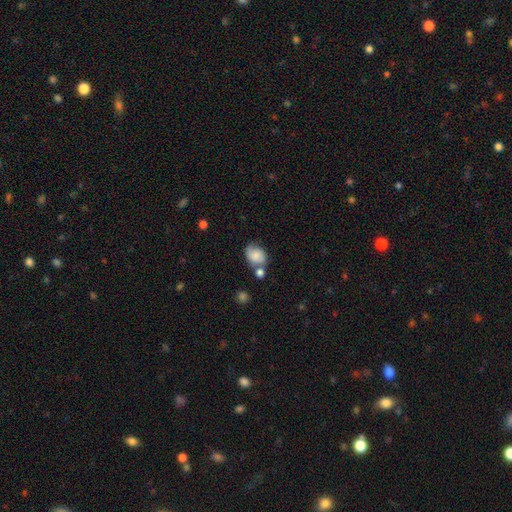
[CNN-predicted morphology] A smooth galaxy with no disk features (68%) that is in between round and cigar-shaped (63%). Merging: none (47%).